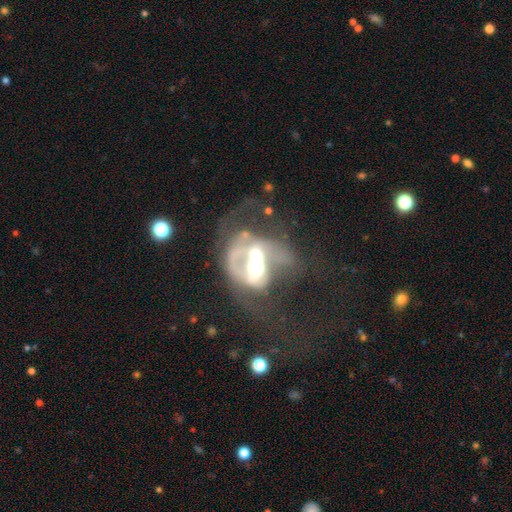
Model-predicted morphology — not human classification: The model was most divided on "spiral arms": no: 60%, yes: 40%. More confident: edge-on disk — no (97%); bar — no (71%); smooth or featured — featured or disk (68%); bulge size — moderate (60%); merging — merger (59%).